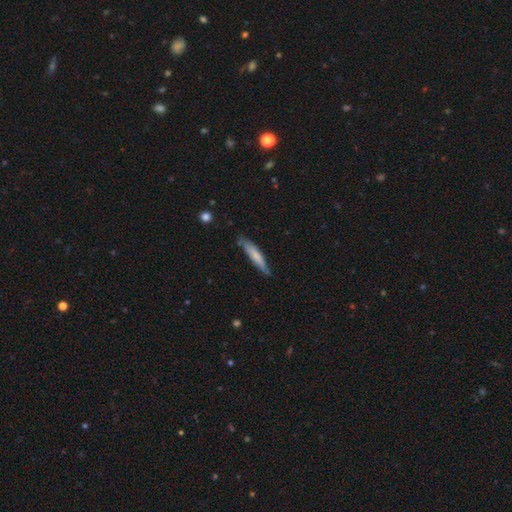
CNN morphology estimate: Smooth or featured: smooth — 68% (featured or disk — 27%)
How rounded: cigar-shaped — 88% (in between — 11%)
Merging: none — 74% (minor disturbance — 21%)